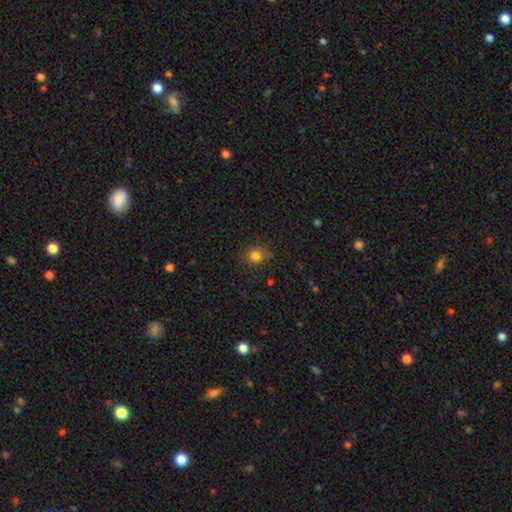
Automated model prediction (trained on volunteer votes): smooth_or_featured: smooth (p=0.81) [alt: star or artifact p=0.12]
how_rounded: round (p=0.73) [alt: in between p=0.26]
merging: none (p=0.74) [alt: minor disturbance p=0.18]